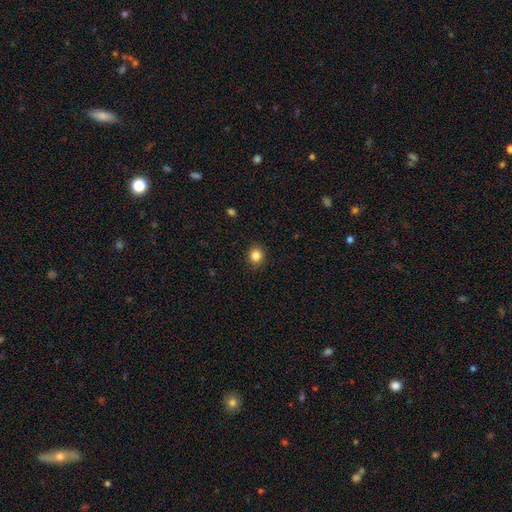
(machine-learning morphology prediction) smooth 85%, star or artifact 11%, featured or disk 4%. Down the decision tree: how rounded — round (79%); merging — none (90%).